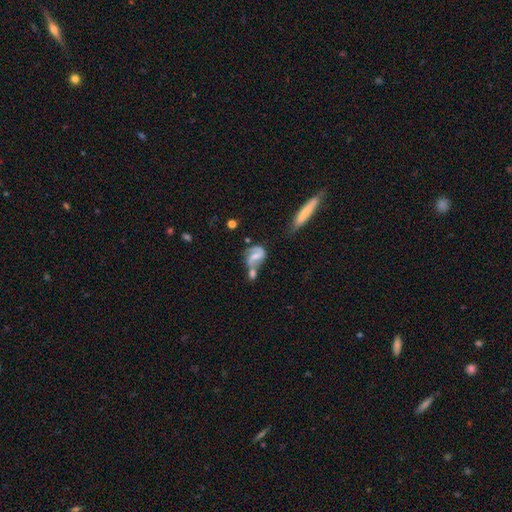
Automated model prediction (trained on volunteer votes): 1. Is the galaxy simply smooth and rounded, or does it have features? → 69% featured or disk, 23% smooth, 8% star or artifact.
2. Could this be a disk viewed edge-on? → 96% no, 4% yes.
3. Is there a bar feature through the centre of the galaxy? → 45% weak, 31% no, 24% strong.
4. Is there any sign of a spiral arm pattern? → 86% yes, 14% no.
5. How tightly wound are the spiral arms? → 43% medium, 40% loose, 17% tight.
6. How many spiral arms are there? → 79% 2, 11% 1, 7% can't tell, 1% 3, 1% 4, 1% more than 4.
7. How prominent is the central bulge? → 46% small, 32% moderate, 17% none, 3% large, 1% dominant.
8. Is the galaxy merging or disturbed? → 44% merger, 28% none, 15% minor disturbance, 13% major disturbance.